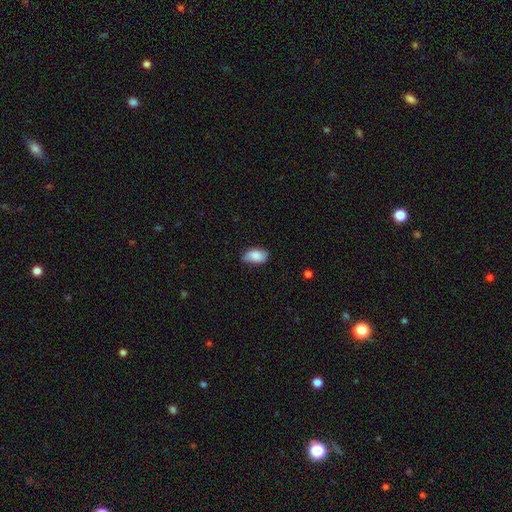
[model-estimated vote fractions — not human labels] Morphology: type=smooth (83%); roundness=in between (93%); merging=none (66%).